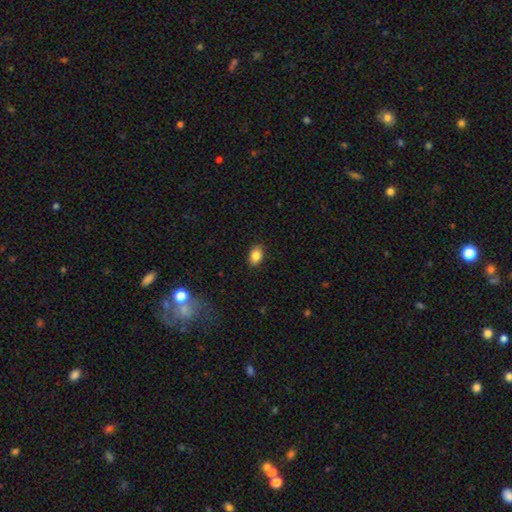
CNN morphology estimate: smooth_or_featured: smooth (p=0.86) [alt: star or artifact p=0.08]
how_rounded: in between (p=0.81) [alt: round p=0.18]
merging: none (p=0.88) [alt: minor disturbance p=0.09]